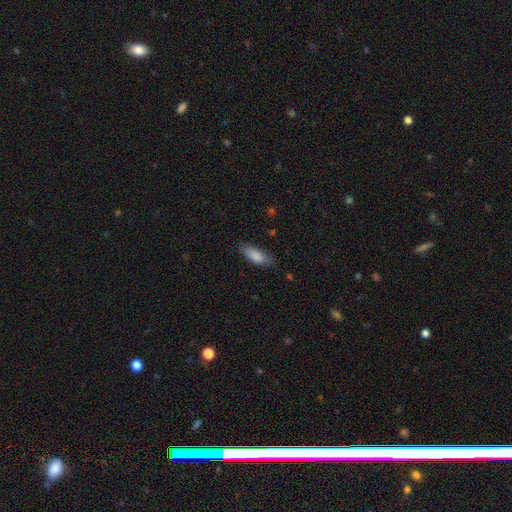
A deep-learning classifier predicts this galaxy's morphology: smooth_or_featured: smooth (p=0.85) [alt: featured or disk p=0.08]
how_rounded: in between (p=0.74) [alt: cigar-shaped p=0.24]
merging: none (p=0.79) [alt: minor disturbance p=0.16]